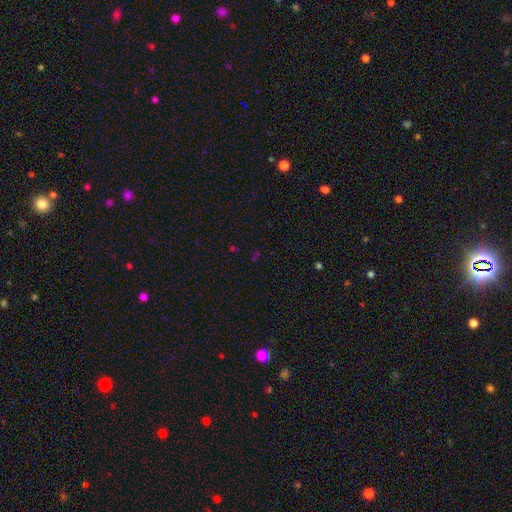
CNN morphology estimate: Smooth or featured? Predicted: star or artifact (p=0.61).